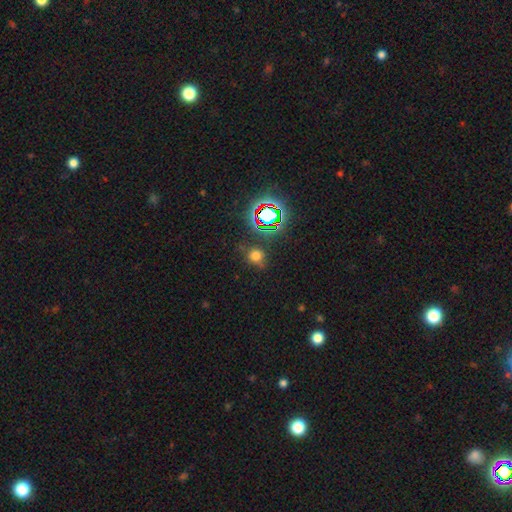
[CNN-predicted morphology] smooth 61%, star or artifact 31%, featured or disk 8%. Down the decision tree: how rounded — round (85%); merging — none (76%).